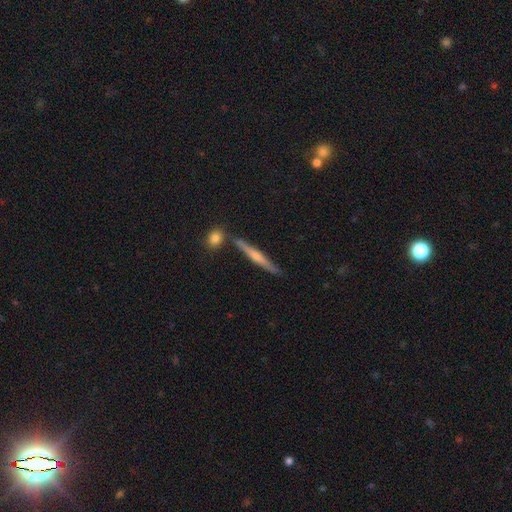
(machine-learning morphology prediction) A featured or disk galaxy (70%) viewed edge-on (97%) with a rounded central bulge (78%).

Vote fractions:
- Smooth or featured? featured or disk: 70% / smooth: 22% / star or artifact: 8%
- Edge-on disk? yes: 97% / no: 3%
- Edge-on bulge? rounded: 78% / none: 14% / boxy: 8%
- Merging? none: 81% / minor disturbance: 8% / merger: 8% / major disturbance: 2%